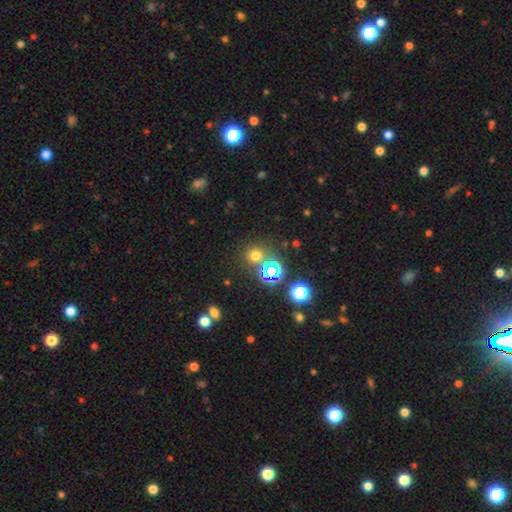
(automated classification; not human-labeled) smooth_or_featured: smooth (p=0.60) [alt: star or artifact p=0.33]
how_rounded: round (p=0.88) [alt: in between p=0.11]
merging: none (p=0.76) [alt: merger p=0.13]